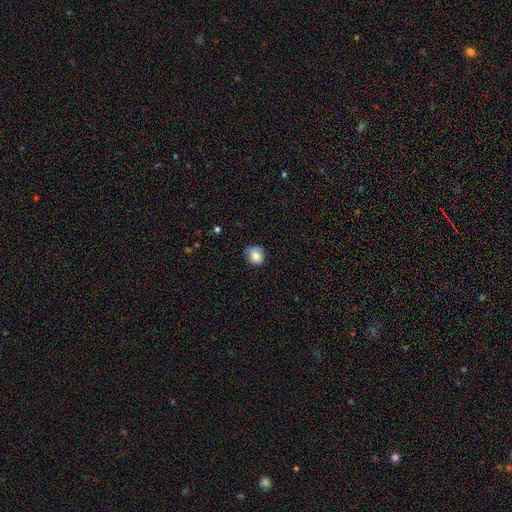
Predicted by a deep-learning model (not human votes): smooth-or-featured: smooth: 84% | star or artifact: 9% | featured or disk: 7%
  how-rounded: round: 81% | in between: 18% | cigar-shaped: 1%
  merging: none: 73% | minor disturbance: 22% | major disturbance: 3% | merger: 1%